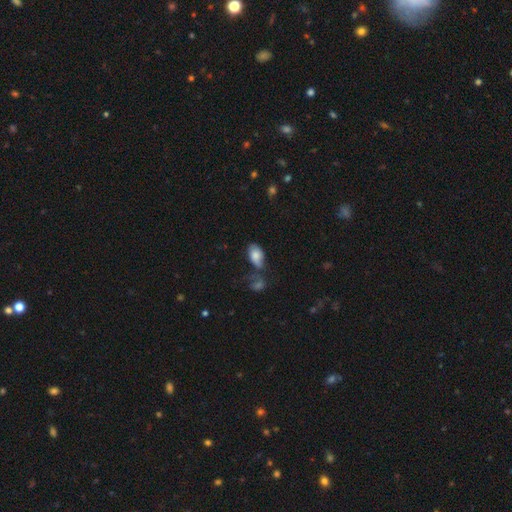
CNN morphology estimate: The model was most divided on "merging": none: 45%, minor disturbance: 25%, merger: 18%, major disturbance: 12%. More confident: how rounded — in between (93%); smooth or featured — smooth (79%).